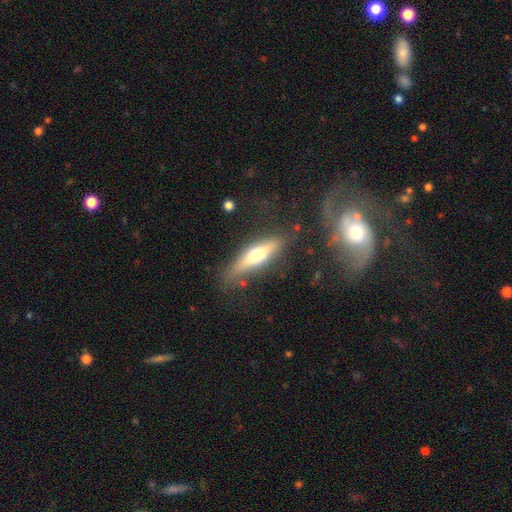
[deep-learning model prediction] smooth_or_featured: featured or disk (p=0.50) [alt: smooth p=0.43]
disk_edge_on: yes (p=0.87) [alt: no p=0.13]
merging: none (p=0.77) [alt: minor disturbance p=0.15]